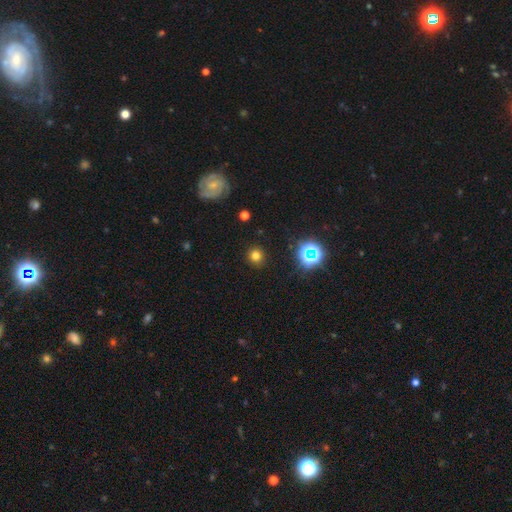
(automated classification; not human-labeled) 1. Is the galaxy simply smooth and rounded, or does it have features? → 73% smooth, 20% star or artifact, 7% featured or disk.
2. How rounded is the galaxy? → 93% round, 6% in between, 1% cigar-shaped.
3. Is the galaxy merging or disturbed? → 91% none, 6% minor disturbance, 2% major disturbance, 1% merger.